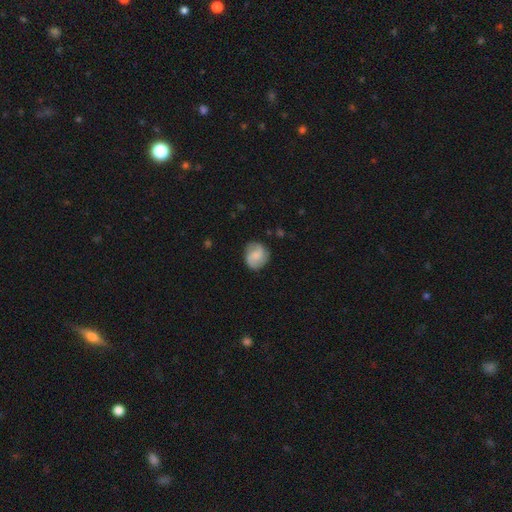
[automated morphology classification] The model was most divided on "smooth or featured": featured or disk: 47%, smooth: 46%, star or artifact: 8%. More confident: merging — none (78%).